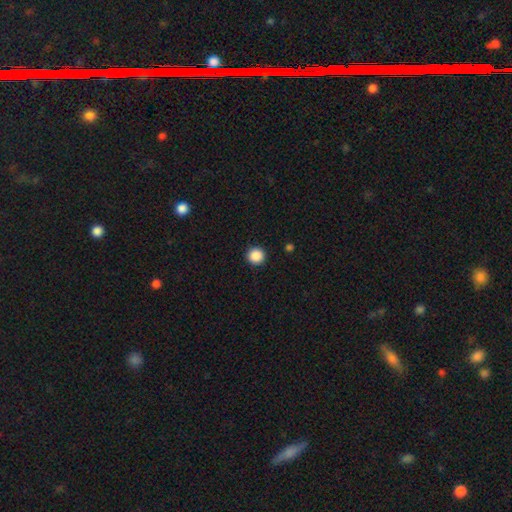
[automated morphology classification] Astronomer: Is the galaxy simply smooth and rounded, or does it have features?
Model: smooth — 88%.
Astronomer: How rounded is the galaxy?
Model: round — 95%.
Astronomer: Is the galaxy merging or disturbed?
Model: none — 92%.